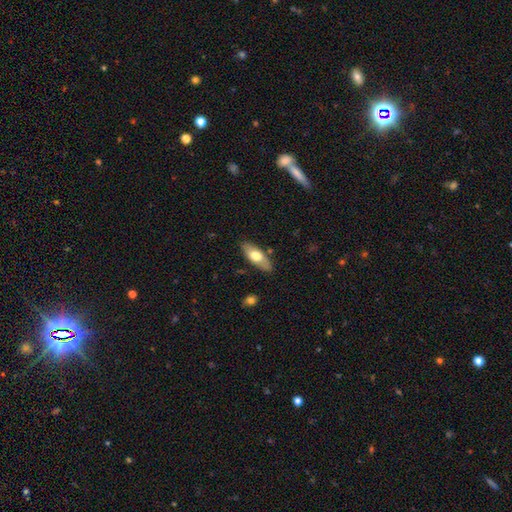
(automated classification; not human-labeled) This is likely a smooth galaxy (64%). How rounded: likely in between (75%). Merging: clearly none (83%).